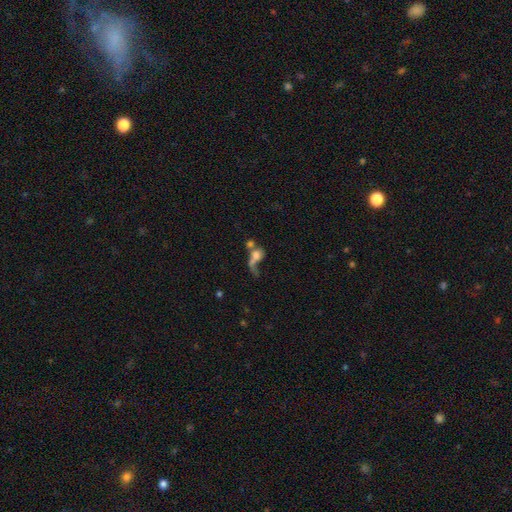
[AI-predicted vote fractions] A smooth galaxy with no disk features (54%) that is round (49%). Merging: merger (46%).